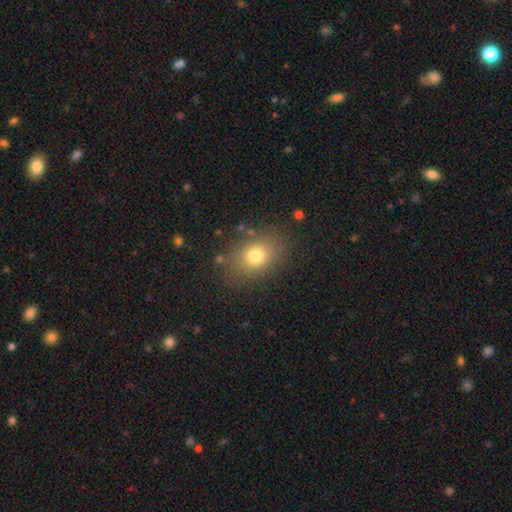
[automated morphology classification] This is likely a smooth galaxy (76%). How rounded: likely in between (67%). Merging: clearly none (81%).